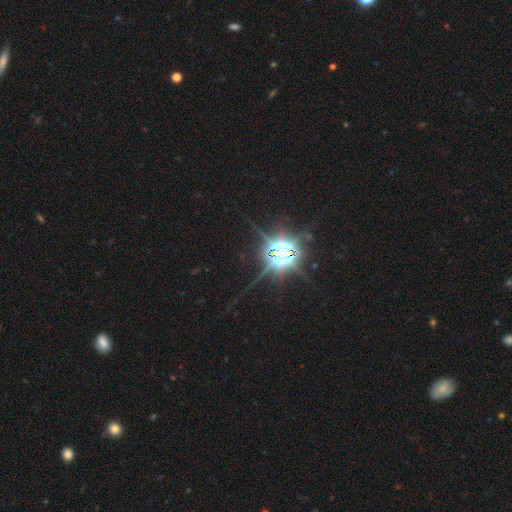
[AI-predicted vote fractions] Smooth or featured: star or artifact — 86% (smooth — 8%)